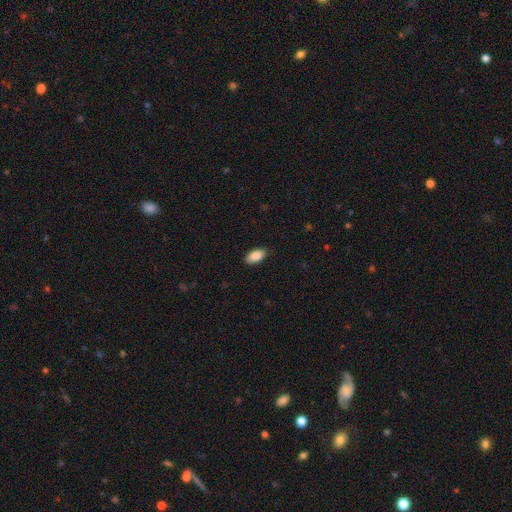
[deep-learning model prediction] Smooth or featured? smooth (88%)
How rounded? in between (93%)
Merging? none (87%)